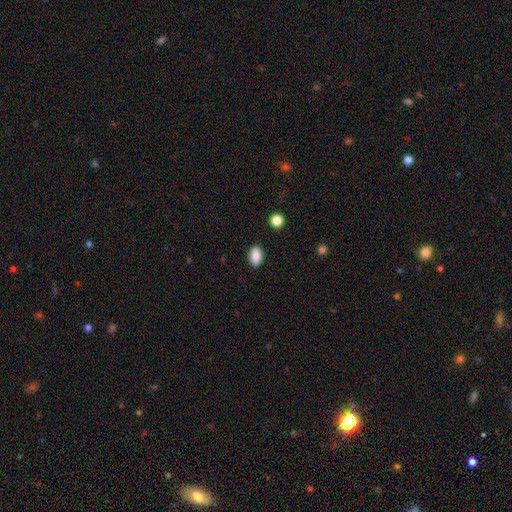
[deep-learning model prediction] A smooth galaxy with no disk features (88%) that is in between round and cigar-shaped (90%). Merging: none (89%).